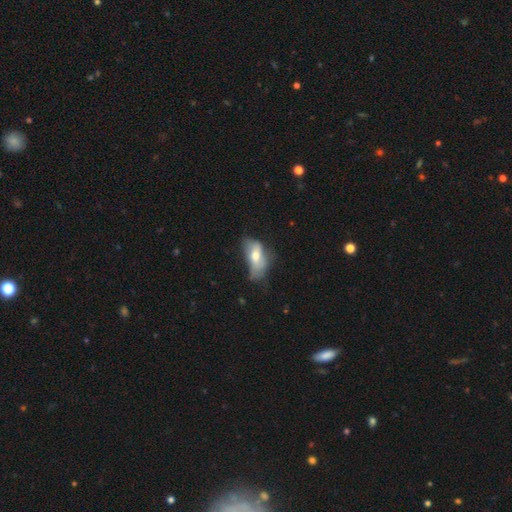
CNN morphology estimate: smooth 56%, featured or disk 35%, star or artifact 9%. Down the decision tree: how rounded — in between (87%); merging — major disturbance (35%).